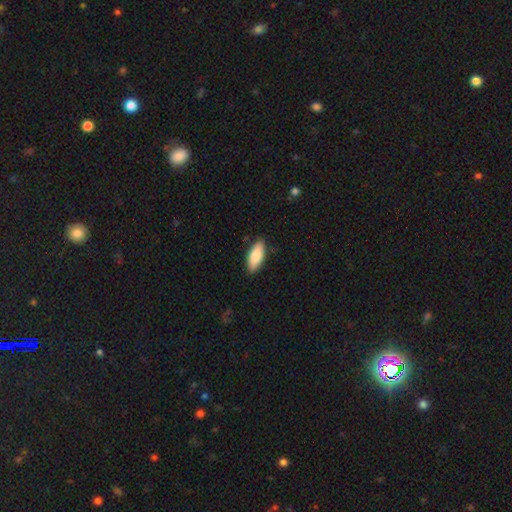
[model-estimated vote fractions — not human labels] Morphology: type=smooth (84%); roundness=in between (81%); merging=none (87%).